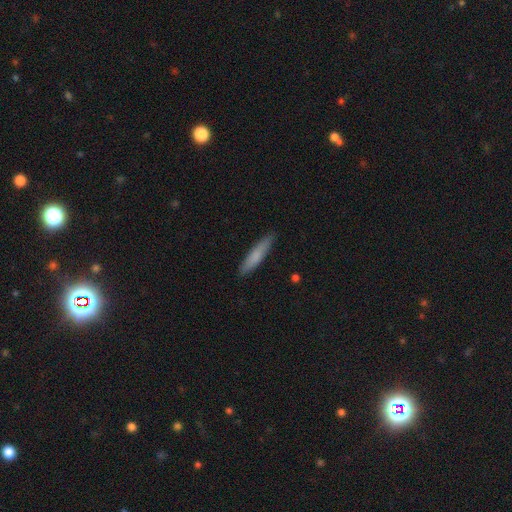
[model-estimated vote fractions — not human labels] This is likely a smooth galaxy (76%). How rounded: clearly cigar-shaped (86%). Merging: clearly none (88%).